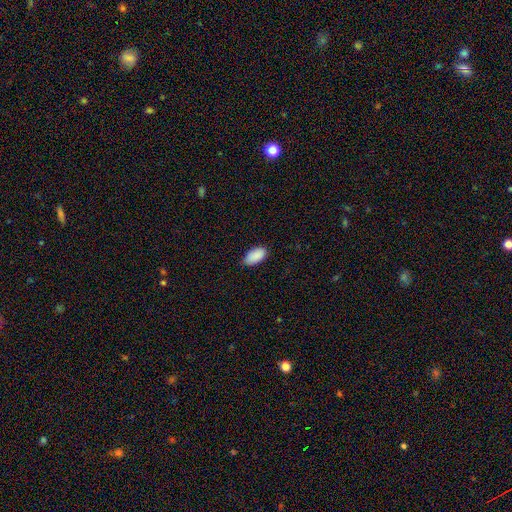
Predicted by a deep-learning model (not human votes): This appears to be a smooth galaxy with no disk features (90%) that is in between round and cigar-shaped (95%). Merging: none (82%).